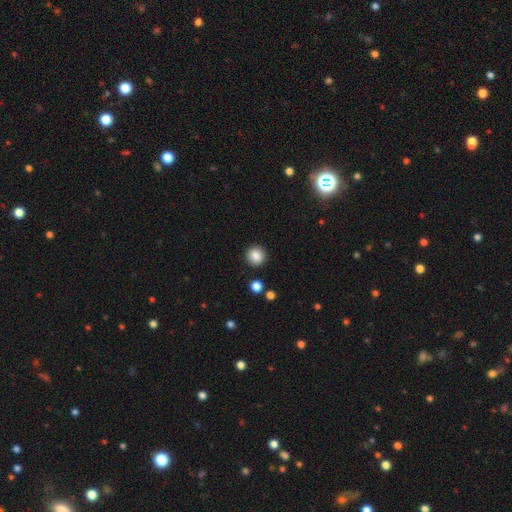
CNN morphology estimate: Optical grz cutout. It shows a smooth galaxy with no disk features (86%) that is round (94%). Merging: none (92%).